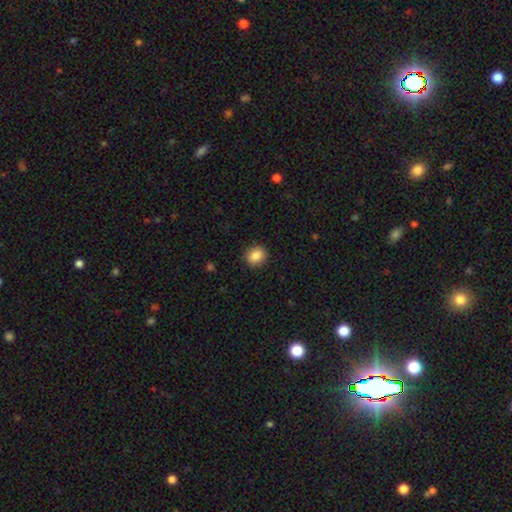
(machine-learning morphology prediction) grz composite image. It shows a smooth galaxy with no disk features (86%) that is round (73%). Merging: none (90%).